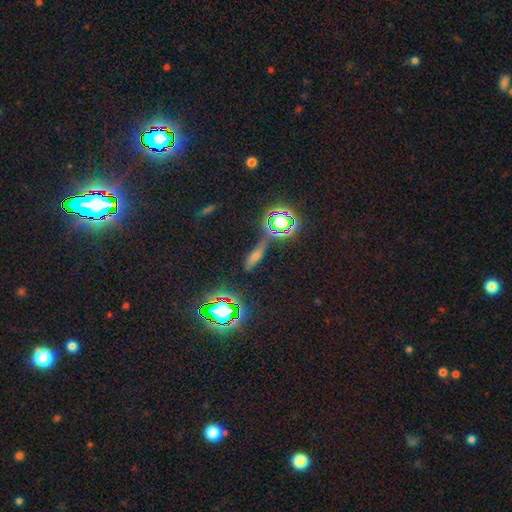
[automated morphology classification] This appears to be a star or artifact, not a galaxy (46%).